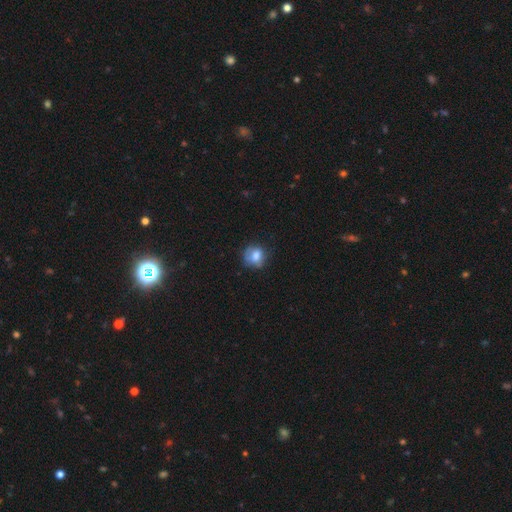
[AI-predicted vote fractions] This is likely a smooth galaxy (70%). How rounded: likely round (69%). Merging: possibly none (57%).